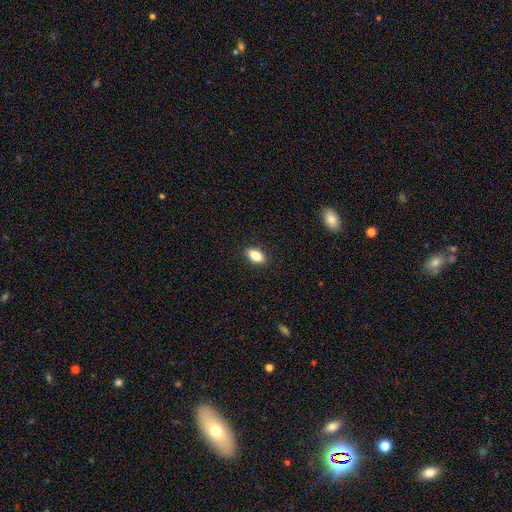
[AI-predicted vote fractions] Overall: smooth (83%). How rounded: in between (89%). Merging: none (90%).